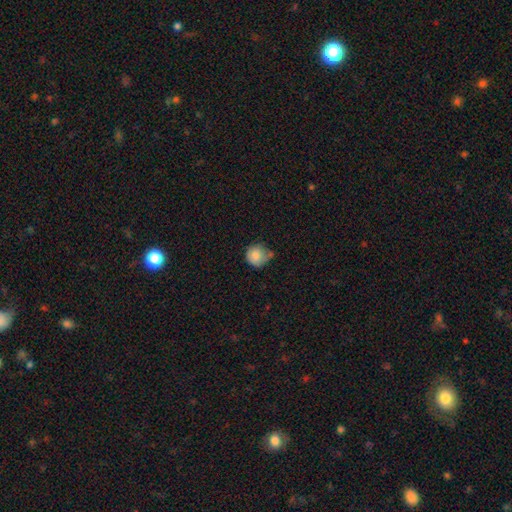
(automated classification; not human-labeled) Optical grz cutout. It shows a smooth galaxy with no disk features (84%) that is round (89%). Merging: none (50%).